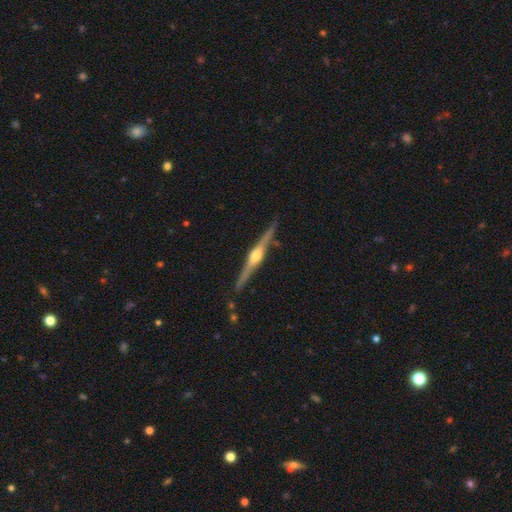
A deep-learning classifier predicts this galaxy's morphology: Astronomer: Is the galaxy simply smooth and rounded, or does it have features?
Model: featured or disk — 85%.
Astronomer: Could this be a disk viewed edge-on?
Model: yes — 98%.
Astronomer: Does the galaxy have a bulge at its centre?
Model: rounded — 93%.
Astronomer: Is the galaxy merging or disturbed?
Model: none — 89%.